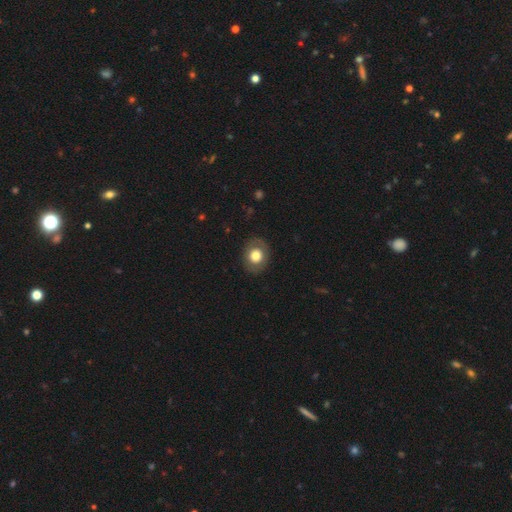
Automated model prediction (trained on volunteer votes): Smooth or featured?
  - smooth: 71% *
  - featured or disk: 21%
  - star or artifact: 8%
How rounded?
  - round: 62% *
  - in between: 37%
  - cigar-shaped: 1%
Merging?
  - none: 84% *
  - minor disturbance: 11%
  - major disturbance: 4%
  - merger: 1%